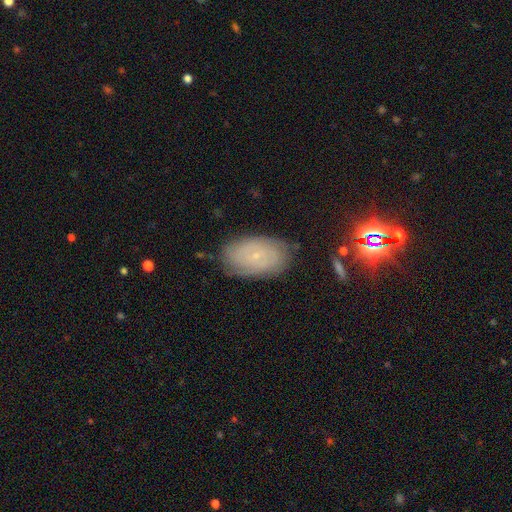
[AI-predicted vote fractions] Morphology: type=featured or disk (55%); edge-on=no (94%); bar=no (81%); spiral arms=yes (79%); bulge=small (86%); merging=none (78%).